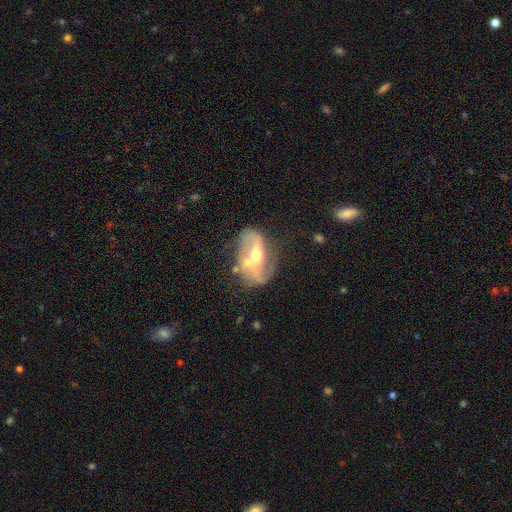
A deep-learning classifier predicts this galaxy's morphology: Overall: featured or disk (74%). Edge-on disk: no (95%). Bar: no (43%; weak 33%). Spiral arms: yes (68%; no 32%). Bulge size: moderate (66%; small 26%). Merging: none (39%; merger 26%).